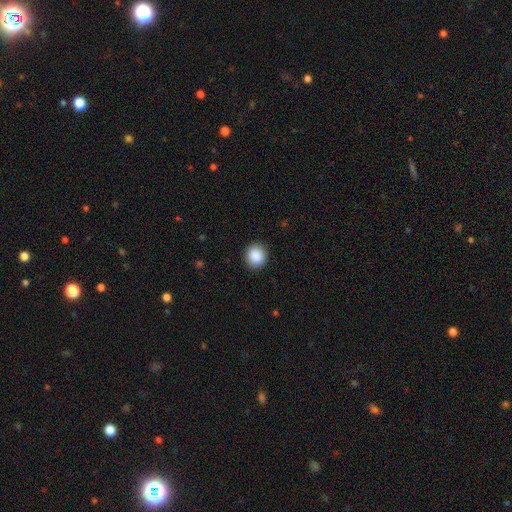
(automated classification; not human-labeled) Smooth or featured: smooth — 89% (star or artifact — 8%)
How rounded: round — 85% (in between — 14%)
Merging: none — 91% (minor disturbance — 6%)